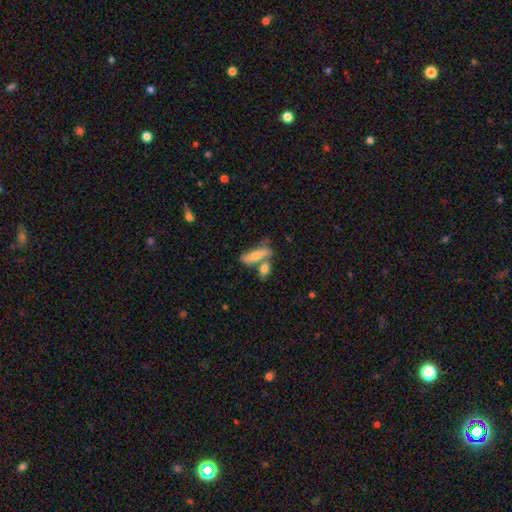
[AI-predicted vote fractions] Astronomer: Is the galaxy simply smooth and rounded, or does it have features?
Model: smooth — 54% (runner-up: featured or disk, 37%).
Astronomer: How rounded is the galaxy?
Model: cigar-shaped — 52% (runner-up: in between, 44%).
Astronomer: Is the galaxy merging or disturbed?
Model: none — 43% (runner-up: merger, 35%).